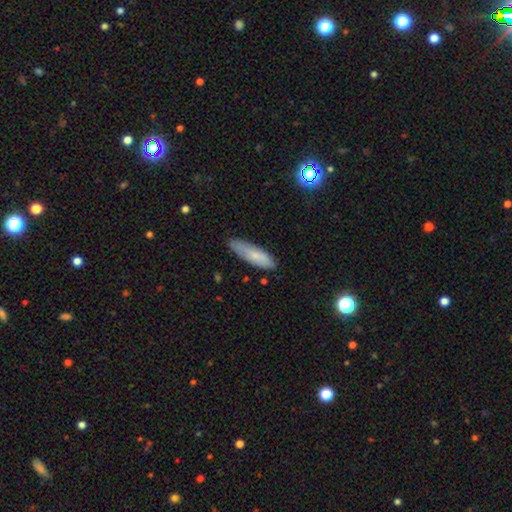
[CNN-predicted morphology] Smooth or featured: smooth — 74% (featured or disk — 19%)
How rounded: cigar-shaped — 60% (in between — 39%)
Merging: none — 79% (minor disturbance — 17%)